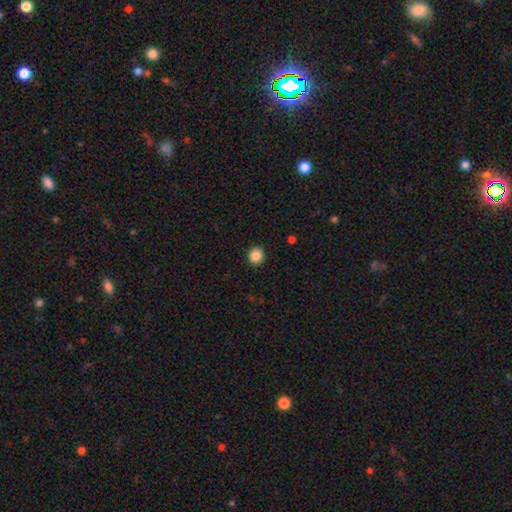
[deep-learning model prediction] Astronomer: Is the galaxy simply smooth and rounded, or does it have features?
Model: smooth — 86%.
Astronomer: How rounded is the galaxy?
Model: round — 87%.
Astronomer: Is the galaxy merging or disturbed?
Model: none — 93%.